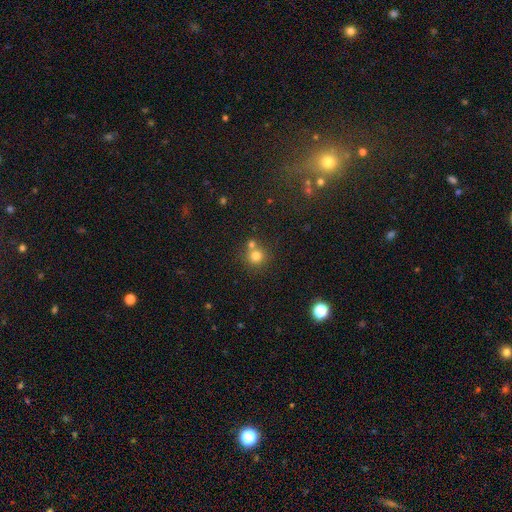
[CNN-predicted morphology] Smooth or featured? Predicted: smooth (p=0.78). How rounded? Predicted: round (p=0.90). Merging? Predicted: none (p=0.55).